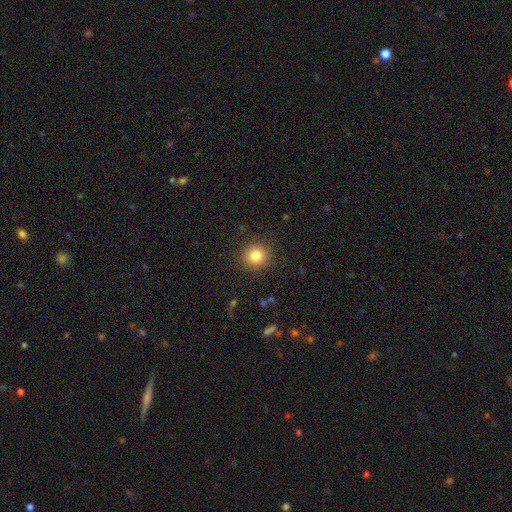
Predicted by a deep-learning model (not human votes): smooth-or-featured: smooth: 82% | star or artifact: 11% | featured or disk: 6%
  how-rounded: round: 91% | in between: 8% | cigar-shaped: 1%
  merging: none: 90% | minor disturbance: 7% | major disturbance: 2% | merger: 1%